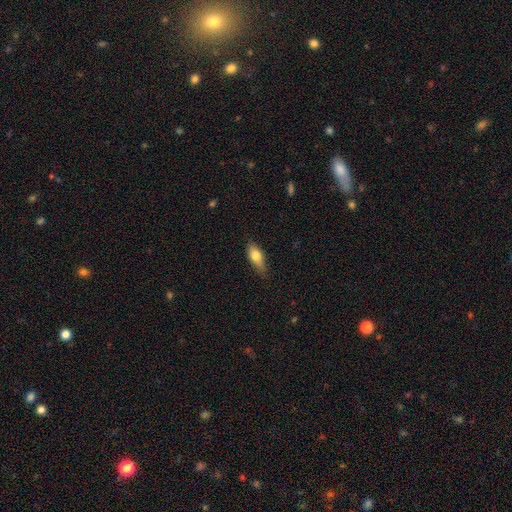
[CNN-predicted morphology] This is likely a smooth galaxy (75%). How rounded: likely in between (75%). Merging: likely none (75%).